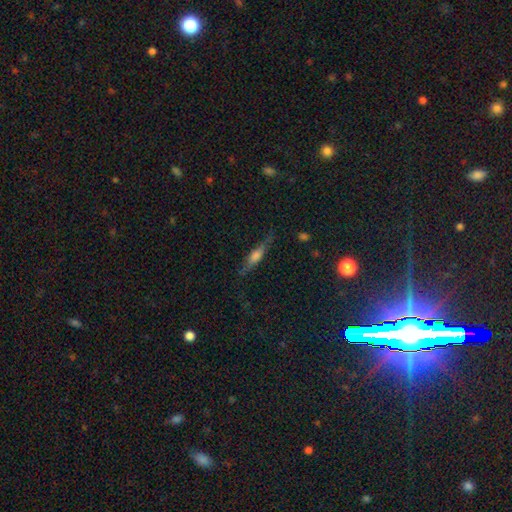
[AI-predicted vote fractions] This is possibly a featured or disk galaxy (50%). Merging: likely none (76%).